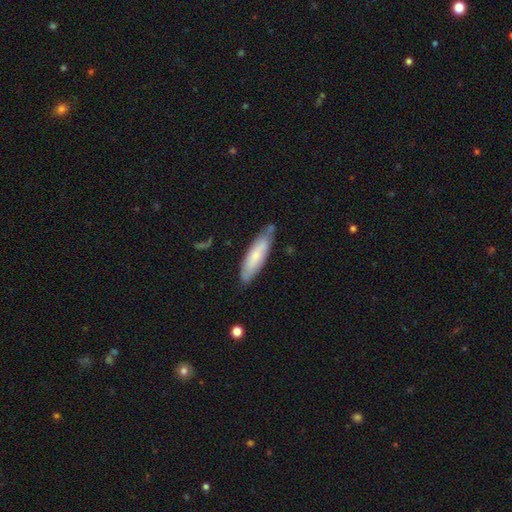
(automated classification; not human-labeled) A smooth galaxy with no disk features (65%) that is cigar-shaped (65%). Merging: none (74%).